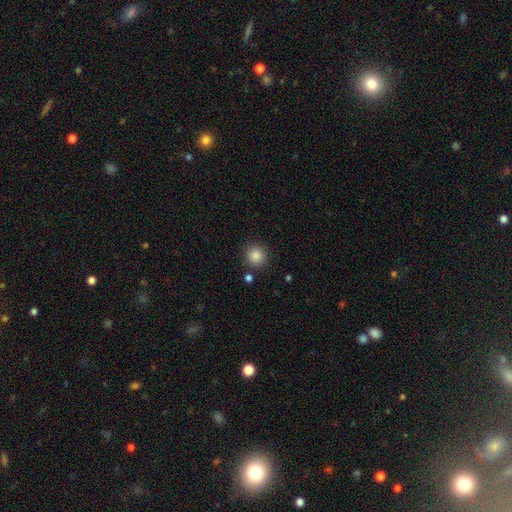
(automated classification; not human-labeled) Smooth or featured? smooth (86%)
How rounded? round (94%)
Merging? none (88%)